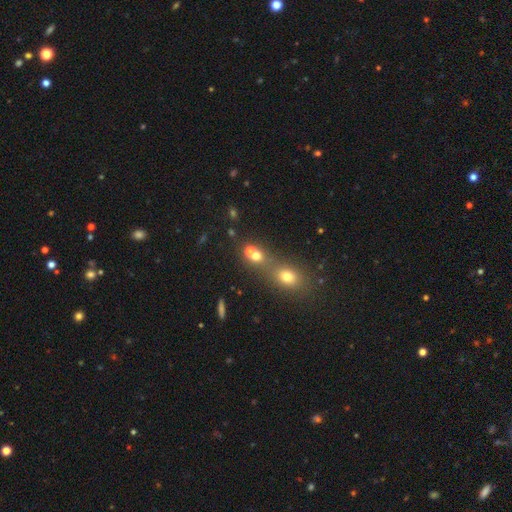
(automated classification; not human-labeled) smooth-or-featured: smooth: 66% | star or artifact: 20% | featured or disk: 14%
  how-rounded: round: 74% | in between: 24% | cigar-shaped: 2%
  merging: merger: 53% | none: 36% | minor disturbance: 7% | major disturbance: 4%